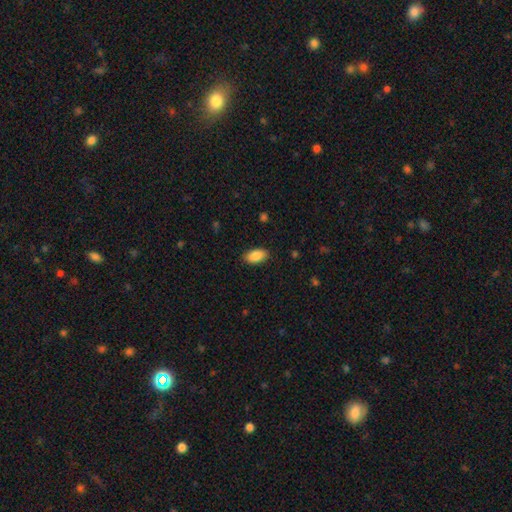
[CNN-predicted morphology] Smooth or featured: smooth — 89% (star or artifact — 7%)
How rounded: in between — 94% (round — 3%)
Merging: none — 88% (minor disturbance — 9%)